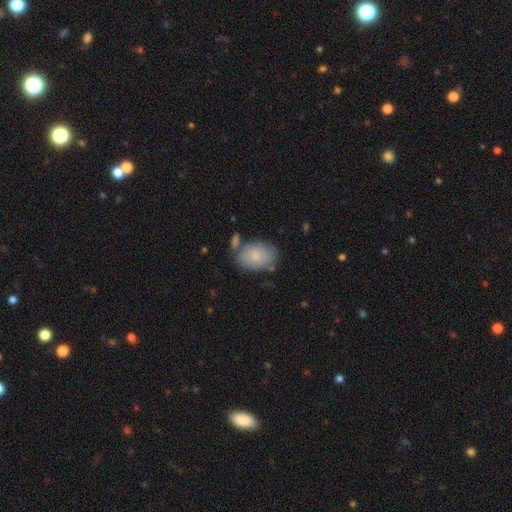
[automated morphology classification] smooth_or_featured: smooth (p=0.82) [alt: featured or disk p=0.11]
how_rounded: in between (p=0.84) [alt: round p=0.15]
merging: none (p=0.64) [alt: minor disturbance p=0.19]